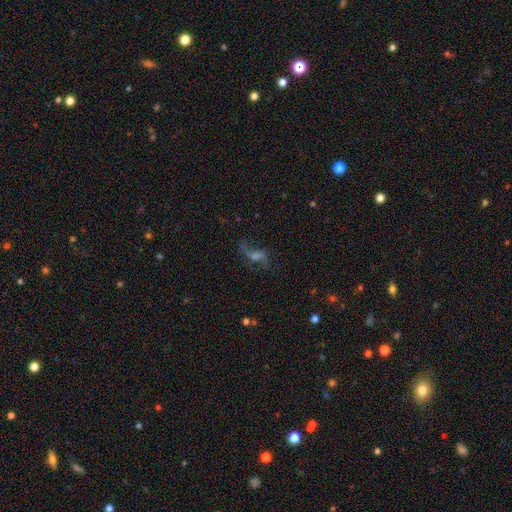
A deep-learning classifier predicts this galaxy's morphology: featured or disk 70%, star or artifact 16%, smooth 14%. Down the decision tree: edge-on disk — no (92%); bar — no (47%); spiral arms — yes (88%); spiral arm count — 2 (80%); spiral winding — loose (85%); bulge size — small (37%); merging — none (58%).